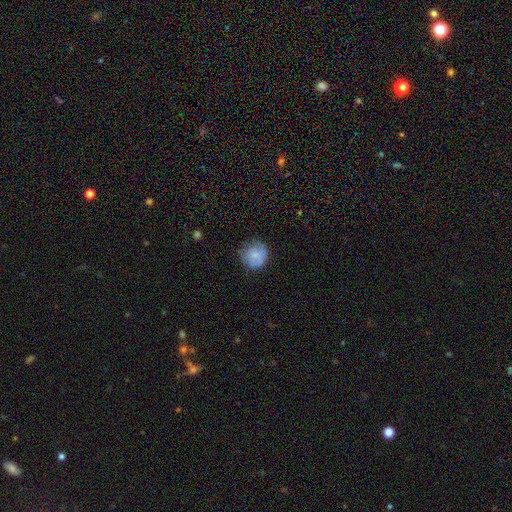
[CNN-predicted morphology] Smooth or featured? smooth (72%)
How rounded? round (88%)
Merging? none (66%)